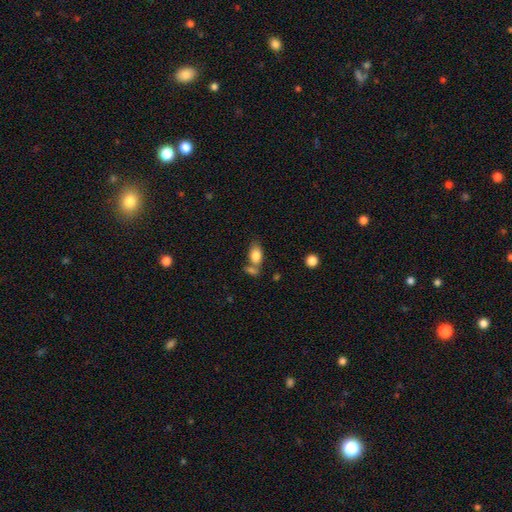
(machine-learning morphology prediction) Overall: smooth (82%). How rounded: in between (88%). Merging: none (47%; merger 36%).